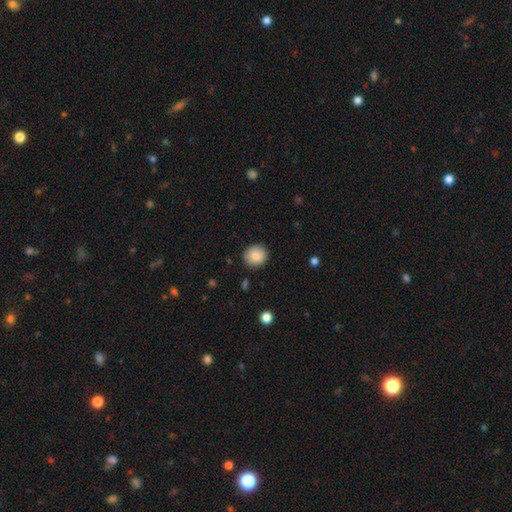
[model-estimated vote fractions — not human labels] The model was most divided on "how rounded": round: 87%, in between: 12%, cigar-shaped: 1%. More confident: merging — none (89%); smooth or featured — smooth (85%).